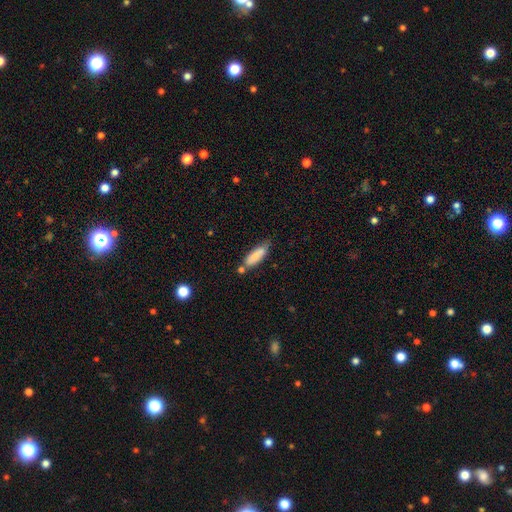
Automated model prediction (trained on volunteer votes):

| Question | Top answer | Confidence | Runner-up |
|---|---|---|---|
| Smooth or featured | smooth | 79% | featured or disk (14%) |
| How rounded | in between | 55% | cigar-shaped (43%) |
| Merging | none | 53% | minor disturbance (25%) |